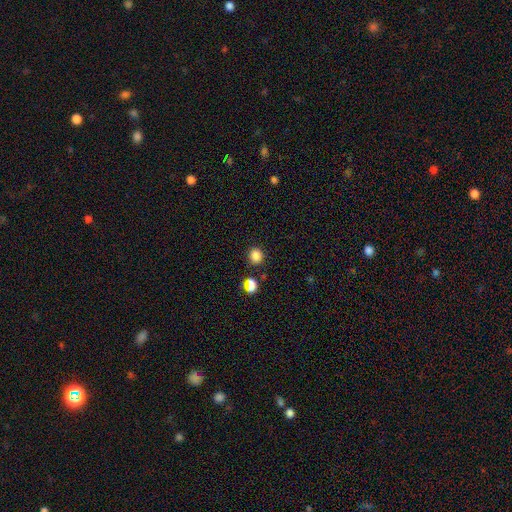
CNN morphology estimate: Smooth or featured? smooth (84%)
How rounded? round (84%)
Merging? none (85%)